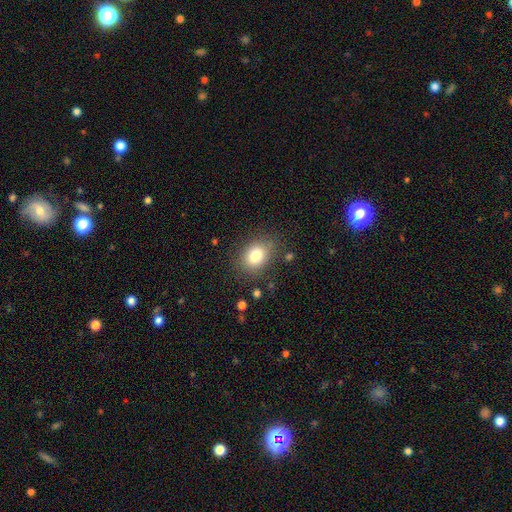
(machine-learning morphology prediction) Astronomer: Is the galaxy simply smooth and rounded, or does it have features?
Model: smooth — 80%.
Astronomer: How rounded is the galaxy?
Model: in between — 56% (runner-up: round, 43%).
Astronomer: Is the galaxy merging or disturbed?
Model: none — 80%.